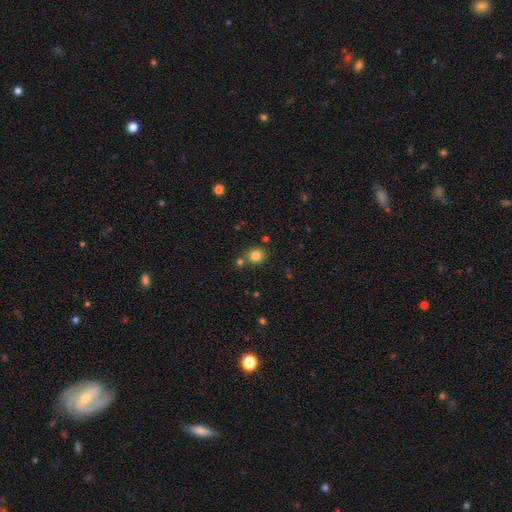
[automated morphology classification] smooth_or_featured: smooth (p=0.81) [alt: star or artifact p=0.13]
how_rounded: round (p=0.86) [alt: in between p=0.13]
merging: none (p=0.74) [alt: merger p=0.15]